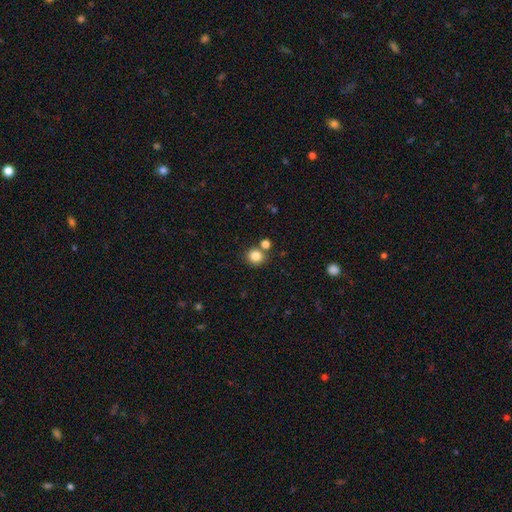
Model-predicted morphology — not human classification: smooth_or_featured: smooth (p=0.83) [alt: star or artifact p=0.12]
how_rounded: round (p=0.88) [alt: in between p=0.12]
merging: none (p=0.73) [alt: merger p=0.17]